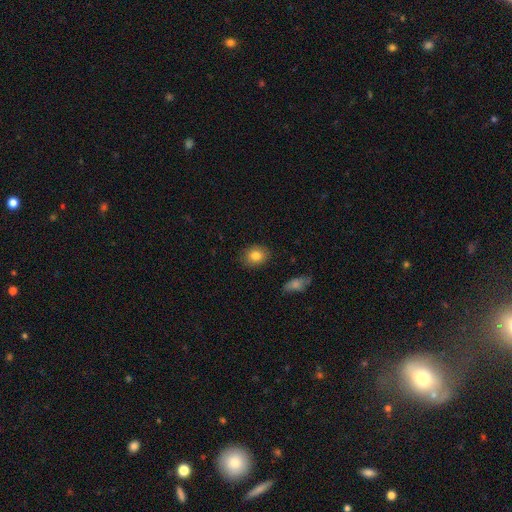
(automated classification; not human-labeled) A smooth galaxy with no disk features (82%) that is round (51%).

Vote fractions:
- Smooth or featured? smooth: 82% / star or artifact: 9% / featured or disk: 9%
- How rounded? round: 51% / in between: 48% / cigar-shaped: 1%
- Merging? none: 87% / minor disturbance: 10% / major disturbance: 2% / merger: 1%